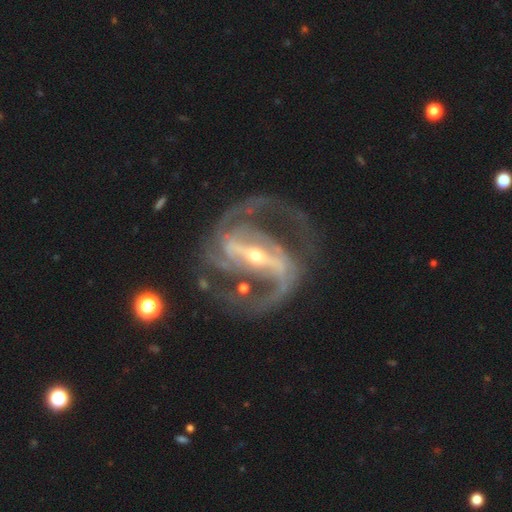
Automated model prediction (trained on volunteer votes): A featured or disk galaxy (93%) with a strong bar (80%), 2 (78%) medium (57%) spiral arms (98%) and a small central bulge (68%).

Vote fractions:
- Smooth or featured? featured or disk: 93% / star or artifact: 5% / smooth: 2%
- Edge-on disk? no: 96% / yes: 4%
- Bar? strong: 80% / weak: 14% / no: 5%
- Spiral arms? yes: 98% / no: 2%
- Spiral winding? medium: 57% / tight: 24% / loose: 19%
- Spiral arm count? 2: 78% / 3: 10% / can't tell: 4% / 4: 3% / 1: 3% / more than 4: 2%
- Bulge size? small: 68% / moderate: 28% / large: 2% / none: 1% / dominant: 1%
- Merging? none: 67% / major disturbance: 16% / minor disturbance: 14% / merger: 3%